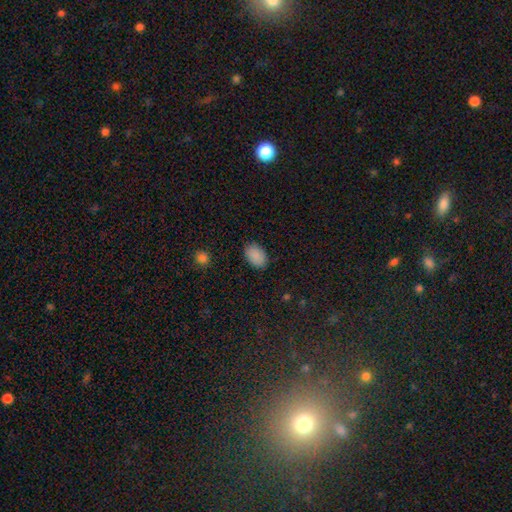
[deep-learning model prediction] smooth-or-featured: smooth: 89% | star or artifact: 8% | featured or disk: 3%
  how-rounded: in between: 89% | round: 10% | cigar-shaped: 1%
  merging: none: 86% | minor disturbance: 11% | major disturbance: 2% | merger: 1%